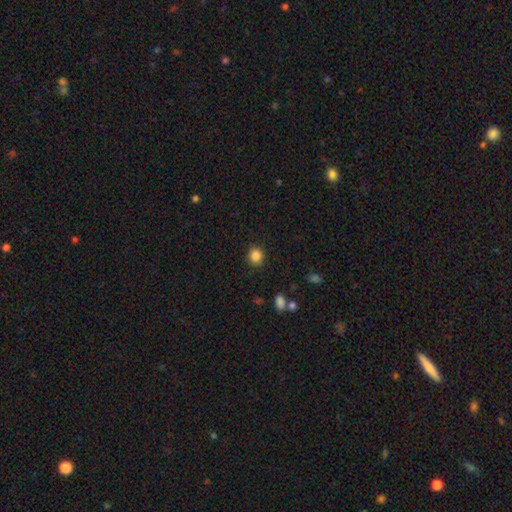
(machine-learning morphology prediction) Smooth or featured? Predicted: smooth (p=0.86). How rounded? Predicted: round (p=0.80). Merging? Predicted: none (p=0.89).